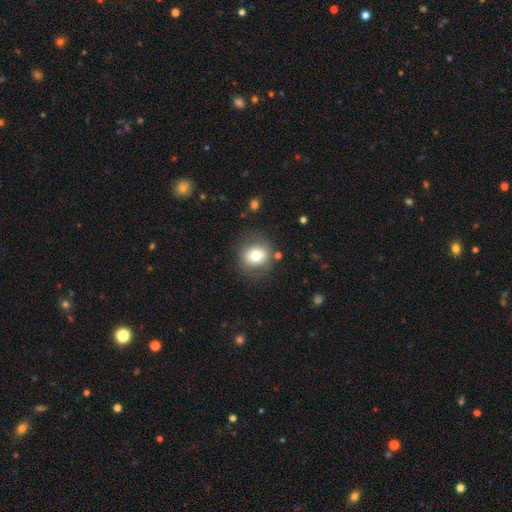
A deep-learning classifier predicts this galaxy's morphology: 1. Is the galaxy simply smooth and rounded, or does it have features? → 71% smooth, 19% featured or disk, 10% star or artifact.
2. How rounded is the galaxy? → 78% round, 21% in between, 1% cigar-shaped.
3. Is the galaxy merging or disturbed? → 79% none, 13% minor disturbance, 6% major disturbance, 2% merger.